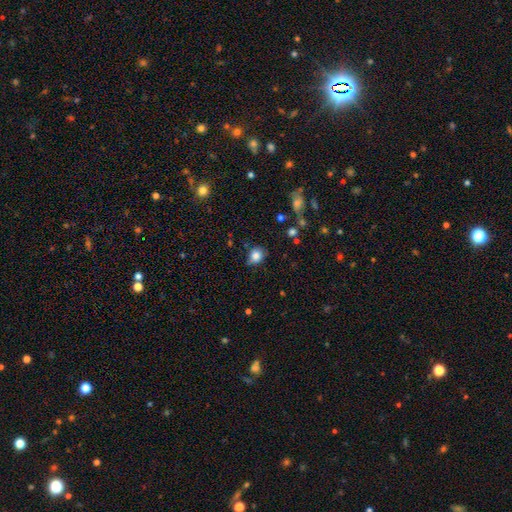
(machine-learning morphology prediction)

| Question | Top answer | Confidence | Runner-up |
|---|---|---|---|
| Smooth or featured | smooth | 81% | star or artifact (10%) |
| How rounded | round | 67% | in between (32%) |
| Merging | none | 63% | minor disturbance (27%) |